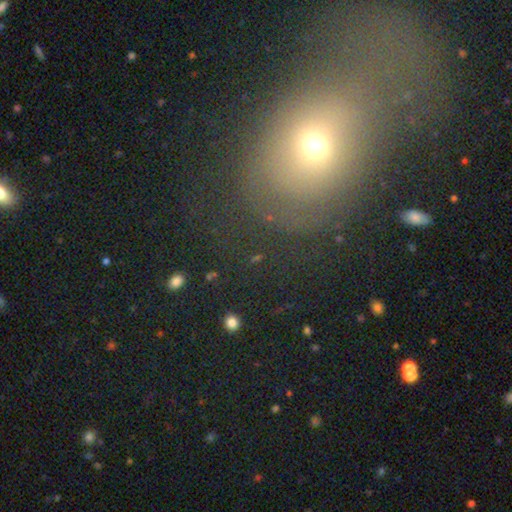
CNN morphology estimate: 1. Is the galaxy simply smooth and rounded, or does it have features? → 47% smooth, 34% star or artifact, 20% featured or disk.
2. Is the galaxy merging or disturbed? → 61% none, 14% major disturbance, 14% minor disturbance, 10% merger.